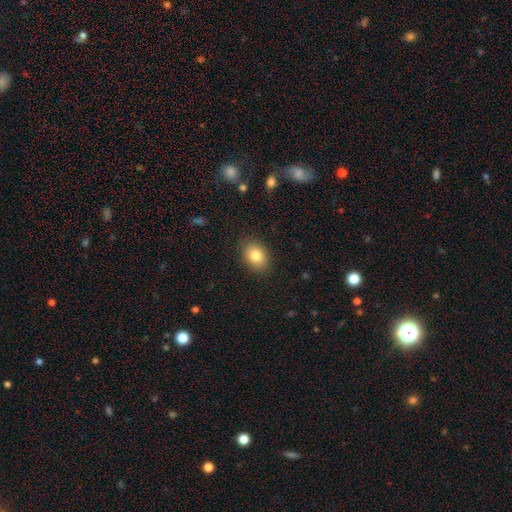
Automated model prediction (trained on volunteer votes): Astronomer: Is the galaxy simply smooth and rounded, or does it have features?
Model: smooth — 82%.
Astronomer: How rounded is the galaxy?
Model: in between — 68%.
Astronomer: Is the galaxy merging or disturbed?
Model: none — 87%.